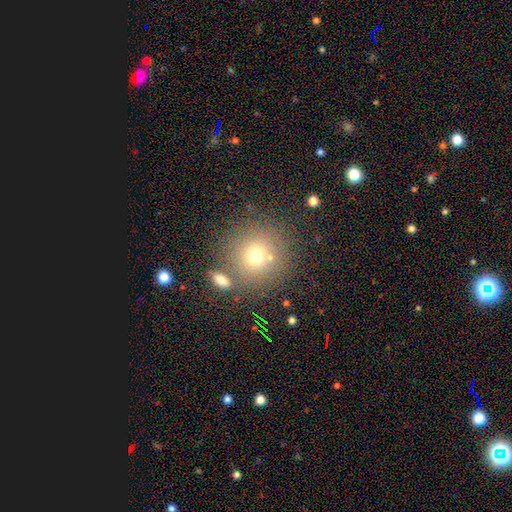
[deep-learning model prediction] Morphology: type=smooth (69%); roundness=round (91%); merging=none (72%).